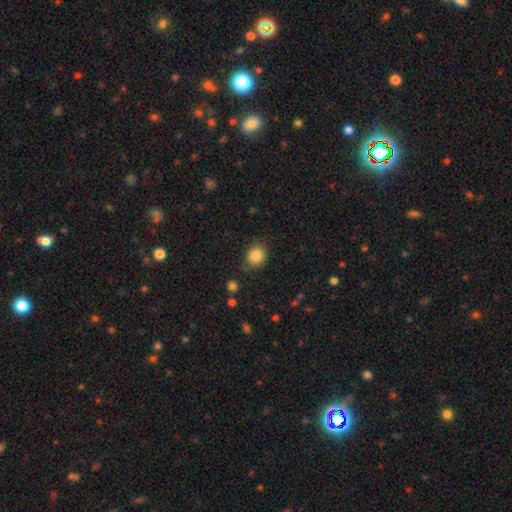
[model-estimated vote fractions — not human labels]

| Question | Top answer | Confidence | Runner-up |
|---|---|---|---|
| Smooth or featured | smooth | 85% | star or artifact (10%) |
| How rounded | round | 71% | in between (28%) |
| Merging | none | 81% | minor disturbance (13%) |